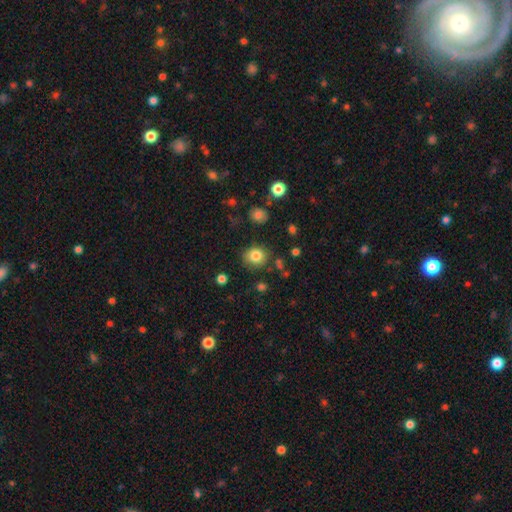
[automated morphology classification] smooth_or_featured: smooth (p=0.83) [alt: star or artifact p=0.11]
how_rounded: round (p=0.78) [alt: in between p=0.21]
merging: none (p=0.83) [alt: minor disturbance p=0.11]